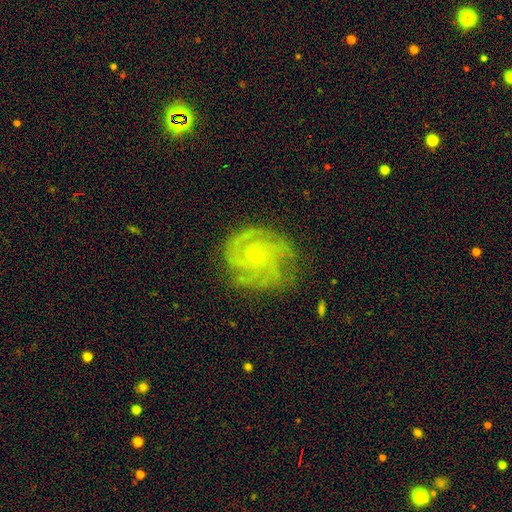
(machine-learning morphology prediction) Smooth or featured?
  - featured or disk: 86% *
  - smooth: 7%
  - star or artifact: 6%
Edge-on disk?
  - no: 98% *
  - yes: 2%
Bar?
  - no: 72% *
  - weak: 24%
  - strong: 4%
Spiral arms?
  - yes: 97% *
  - no: 3%
Spiral winding?
  - tight: 63% *
  - medium: 31%
  - loose: 5%
Spiral arm count?
  - 3: 38% *
  - 2: 21%
  - can't tell: 16%
  - 4: 13%
  - more than 4: 6%
  - 1: 6%
Bulge size?
  - small: 80% *
  - moderate: 13%
  - none: 5%
  - large: 1%
  - dominant: 1%
Merging?
  - none: 74% *
  - minor disturbance: 19%
  - major disturbance: 6%
  - merger: 1%